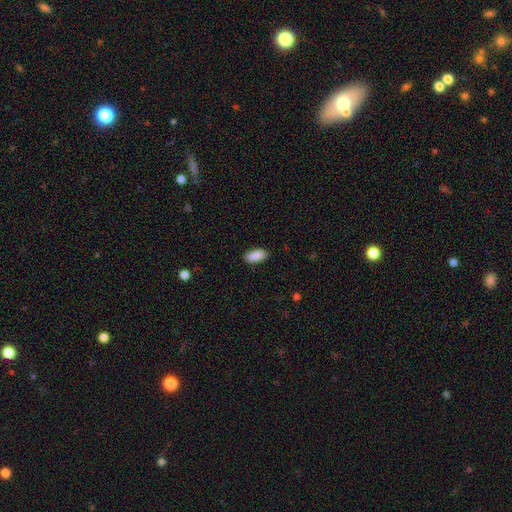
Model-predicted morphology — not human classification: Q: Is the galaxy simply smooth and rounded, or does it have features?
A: smooth — 90%.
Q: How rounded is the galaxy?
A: in between — 89%.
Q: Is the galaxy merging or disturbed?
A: none — 88%.